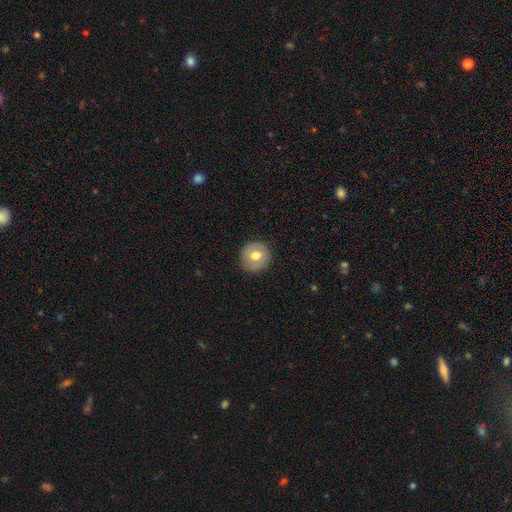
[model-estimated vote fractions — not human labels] A smooth galaxy with no disk features (69%) that is round (94%).

Vote fractions:
- Smooth or featured? smooth: 69% / featured or disk: 23% / star or artifact: 8%
- How rounded? round: 94% / in between: 5% / cigar-shaped: 1%
- Merging? none: 90% / minor disturbance: 7% / major disturbance: 2% / merger: 1%